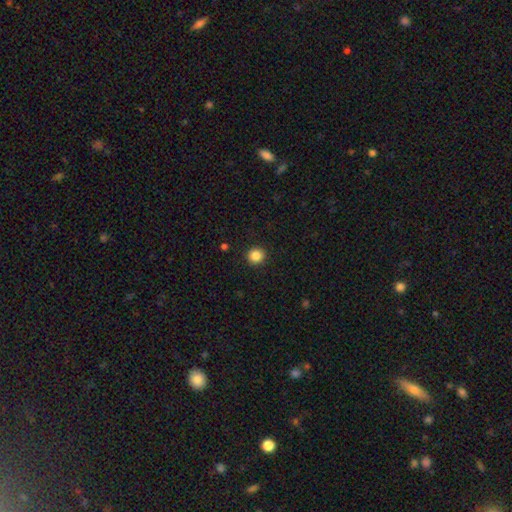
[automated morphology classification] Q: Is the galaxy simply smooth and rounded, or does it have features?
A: smooth — 85%.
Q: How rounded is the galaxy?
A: round — 94%.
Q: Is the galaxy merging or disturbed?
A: none — 93%.